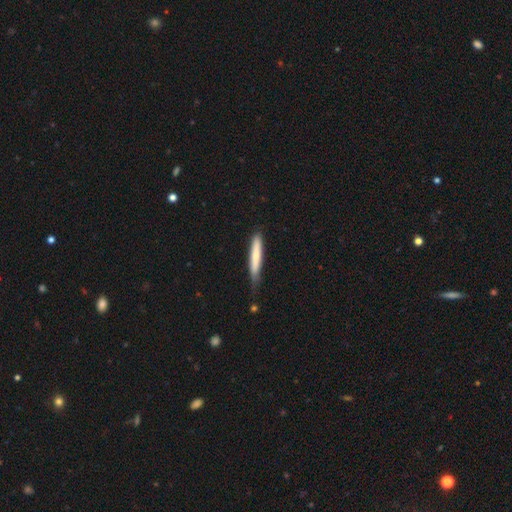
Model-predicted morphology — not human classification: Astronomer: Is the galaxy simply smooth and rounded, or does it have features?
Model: smooth — 71%.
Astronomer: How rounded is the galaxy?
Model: cigar-shaped — 94%.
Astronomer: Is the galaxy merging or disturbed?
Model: none — 70%.